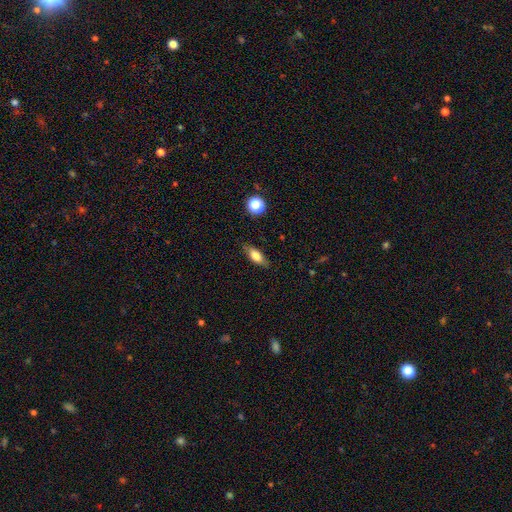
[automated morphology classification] smooth 71%, featured or disk 21%, star or artifact 8%. Down the decision tree: how rounded — in between (71%); merging — none (83%).